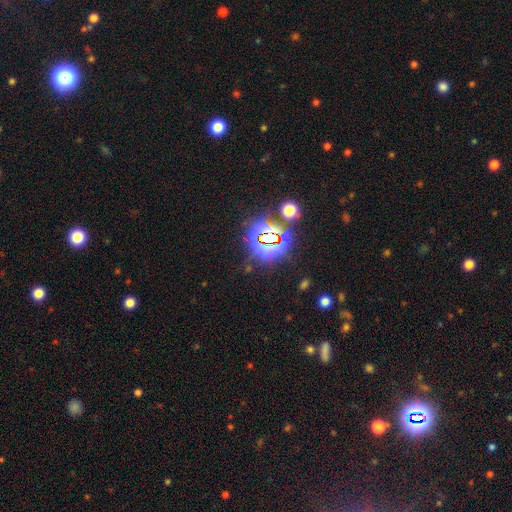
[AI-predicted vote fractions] A star or artifact, not a galaxy (70%).

Vote fractions:
- Smooth or featured? star or artifact: 70% / smooth: 23% / featured or disk: 8%